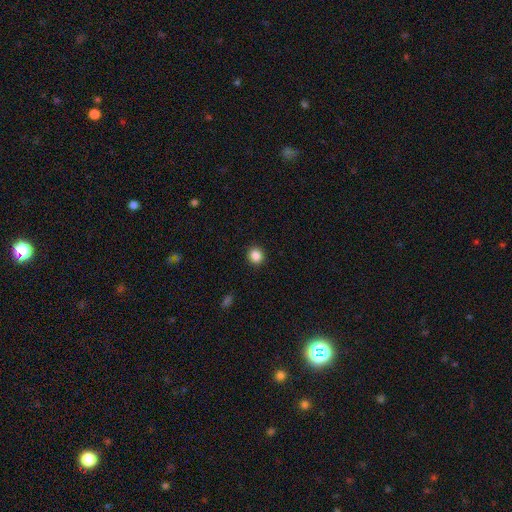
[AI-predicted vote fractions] A smooth galaxy with no disk features (86%) that is round (87%). Merging: none (92%).